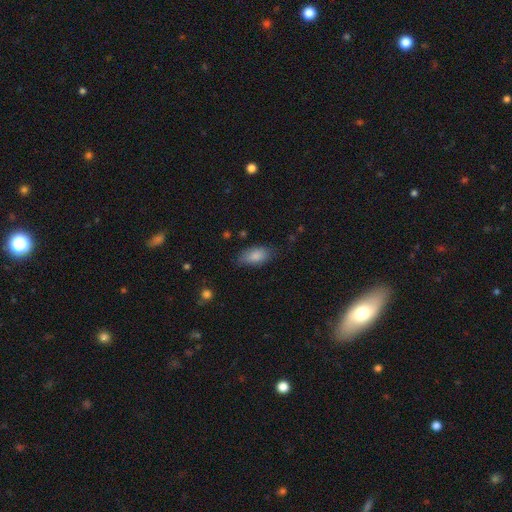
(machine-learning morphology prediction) This is clearly a smooth galaxy (85%). How rounded: clearly in between (91%). Merging: likely none (73%).